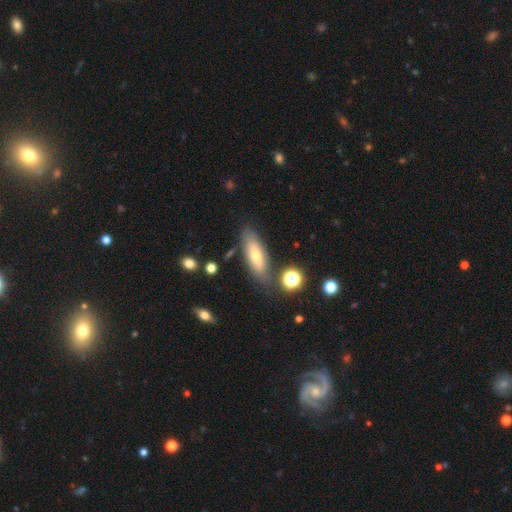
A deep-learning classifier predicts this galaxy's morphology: smooth-or-featured: smooth: 59% | featured or disk: 33% | star or artifact: 8%
  how-rounded: in between: 61% | cigar-shaped: 36% | round: 2%
  merging: none: 78% | minor disturbance: 14% | merger: 5% | major disturbance: 4%